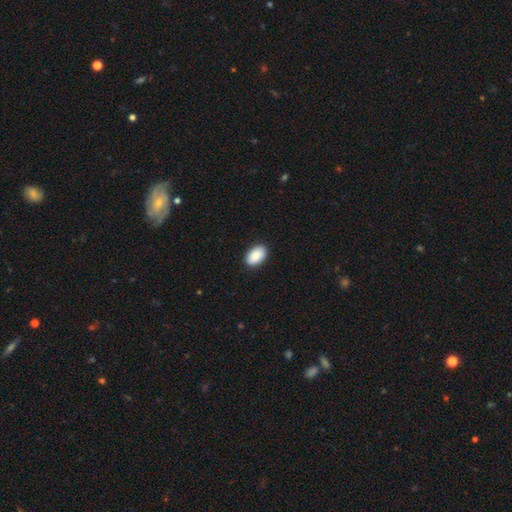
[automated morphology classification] Q: Smooth or featured?
A: smooth (90%); runner-up: star or artifact (6%)
Q: How rounded?
A: in between (92%); runner-up: round (6%)
Q: Merging?
A: none (90%); runner-up: minor disturbance (8%)